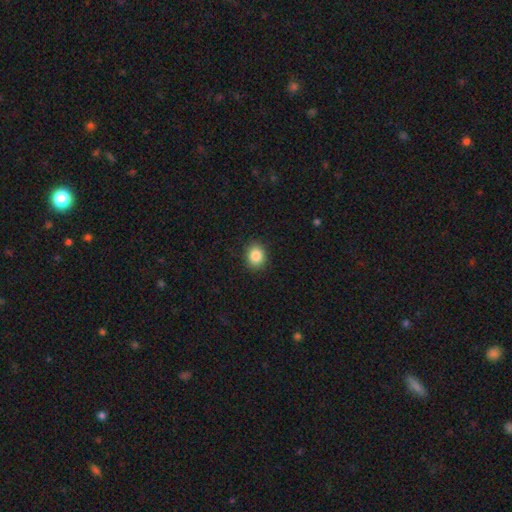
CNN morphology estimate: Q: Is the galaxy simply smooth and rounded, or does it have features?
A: smooth — 87%.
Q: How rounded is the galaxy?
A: round — 61%.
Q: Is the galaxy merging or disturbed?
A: none — 89%.